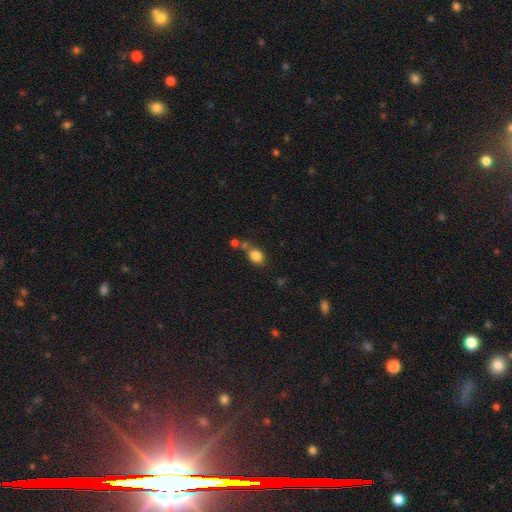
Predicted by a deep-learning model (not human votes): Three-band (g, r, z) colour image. It shows a smooth galaxy with no disk features (83%) that is in between round and cigar-shaped (61%). Merging: none (56%).